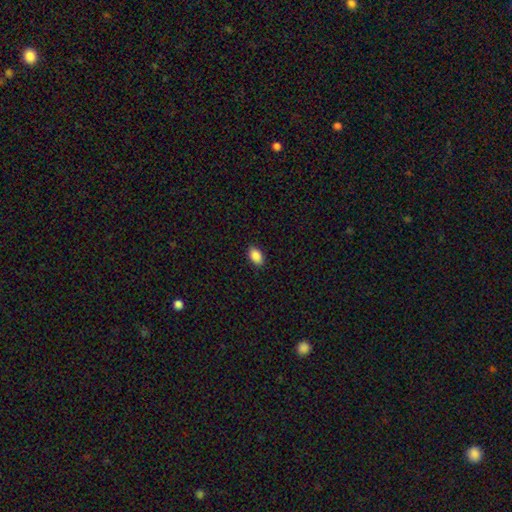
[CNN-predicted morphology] This appears to be a smooth galaxy with no disk features (88%) that is in between round and cigar-shaped (91%). Merging: none (89%).